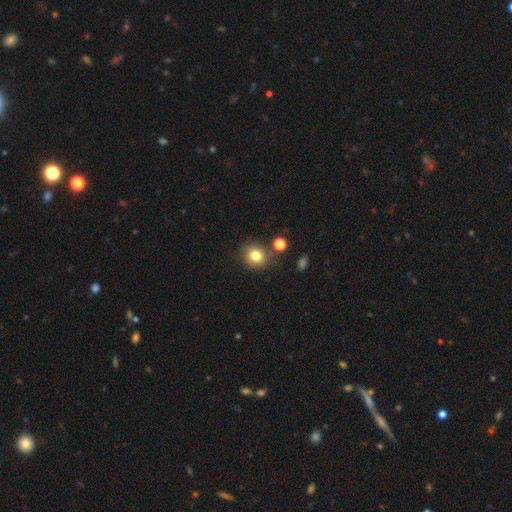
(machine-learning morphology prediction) This appears to be a smooth galaxy with no disk features (81%) that is round (81%). Merging: none (77%).